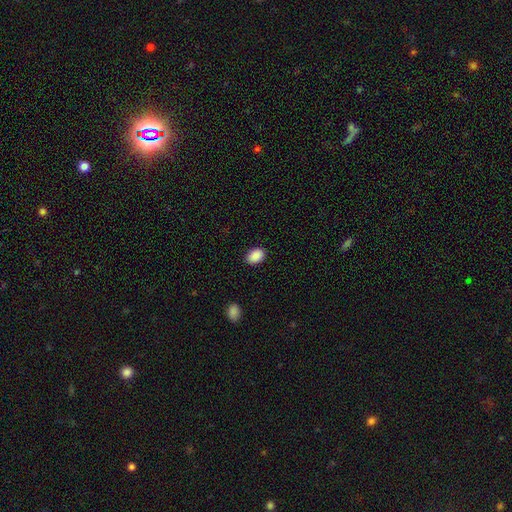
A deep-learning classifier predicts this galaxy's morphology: type=smooth (90%); roundness=in between (81%); merging=none (88%).